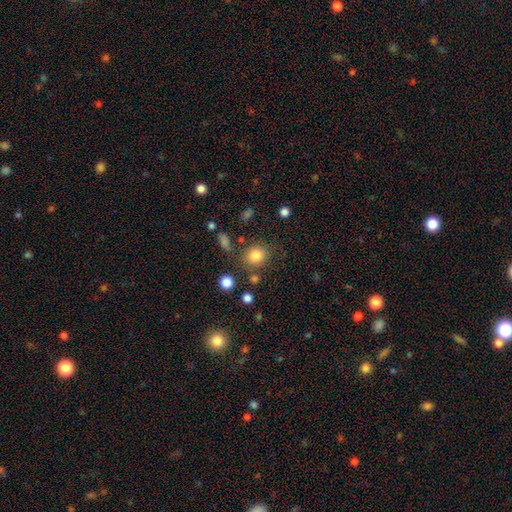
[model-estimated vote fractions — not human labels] Smooth or featured? smooth (82%)
How rounded? round (76%)
Merging? none (75%)